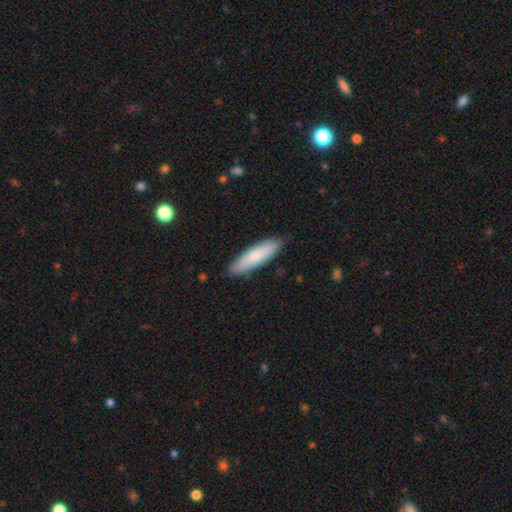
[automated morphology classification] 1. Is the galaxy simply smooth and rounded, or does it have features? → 77% smooth, 17% featured or disk, 5% star or artifact.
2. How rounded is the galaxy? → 68% cigar-shaped, 31% in between, 1% round.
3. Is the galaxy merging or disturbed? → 88% none, 9% minor disturbance, 2% major disturbance, 1% merger.